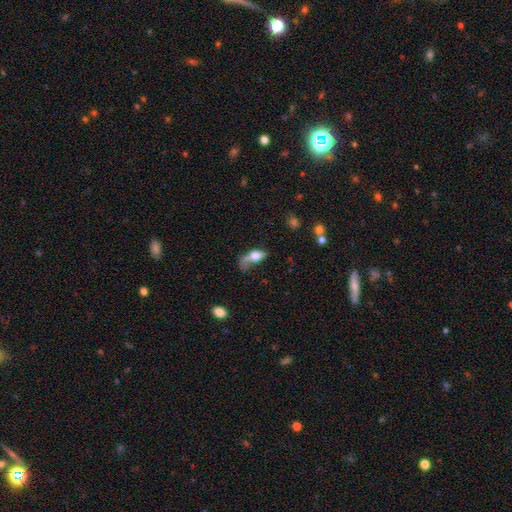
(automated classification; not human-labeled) smooth_or_featured: smooth (p=0.55) [alt: featured or disk p=0.36]
how_rounded: in between (p=0.70) [alt: cigar-shaped p=0.16]
merging: major disturbance (p=0.44) [alt: none p=0.24]